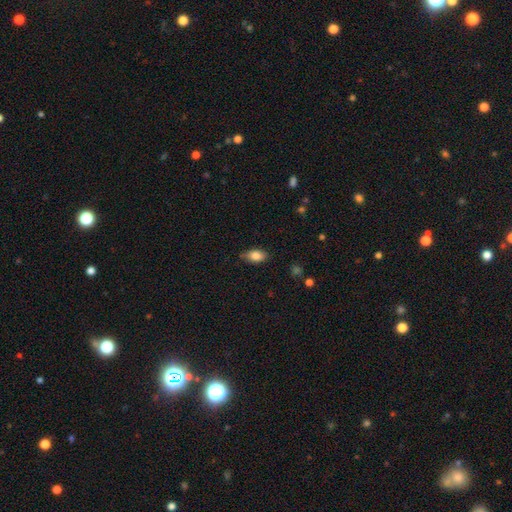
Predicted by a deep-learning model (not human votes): Smooth or featured? smooth (84%)
How rounded? in between (90%)
Merging? none (80%)